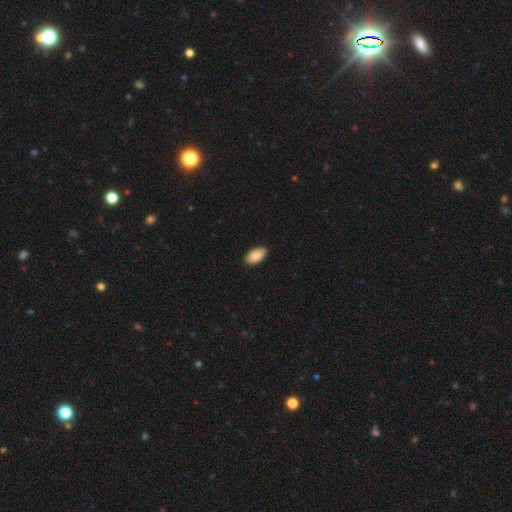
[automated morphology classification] type=smooth (89%); roundness=in between (95%); merging=none (90%).